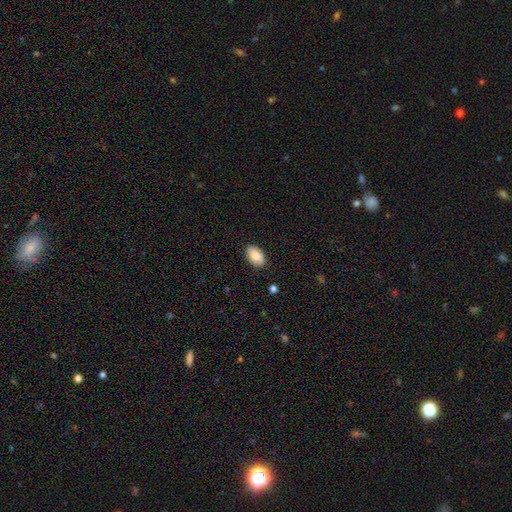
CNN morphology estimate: Smooth or featured?
  - smooth: 85% *
  - featured or disk: 8%
  - star or artifact: 7%
How rounded?
  - in between: 93% *
  - round: 6%
  - cigar-shaped: 1%
Merging?
  - none: 87% *
  - minor disturbance: 10%
  - major disturbance: 2%
  - merger: 1%